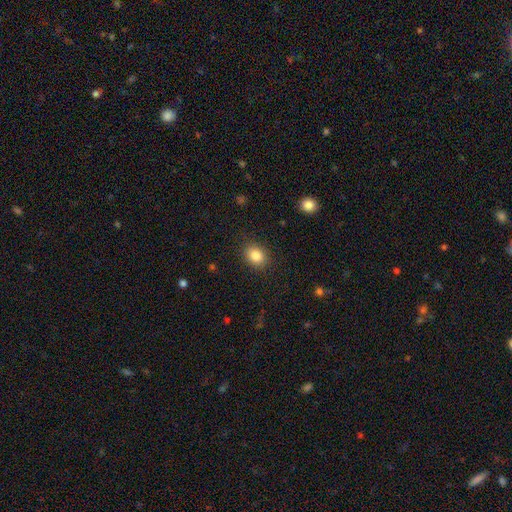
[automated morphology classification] type=smooth (85%); roundness=round (51%); merging=none (89%).